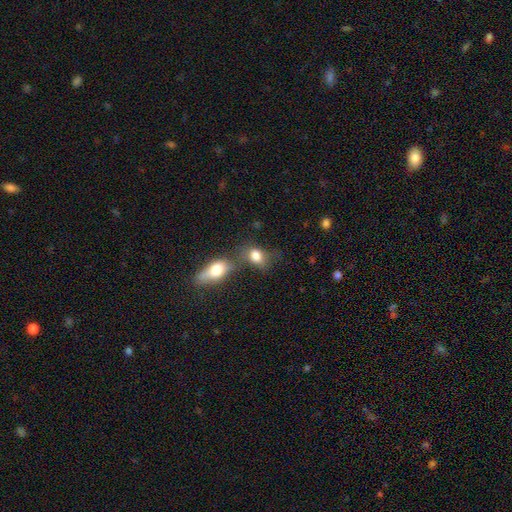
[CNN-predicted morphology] This is likely a smooth galaxy (79%). How rounded: likely in between (69%). Merging: marginally merger (41%).